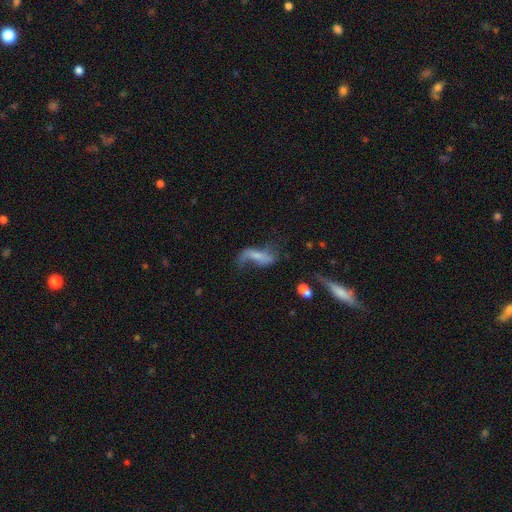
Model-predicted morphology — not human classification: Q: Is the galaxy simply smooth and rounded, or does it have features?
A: featured or disk — 58%.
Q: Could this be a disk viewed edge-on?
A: no — 86%.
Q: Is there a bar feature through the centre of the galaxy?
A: no — 48%.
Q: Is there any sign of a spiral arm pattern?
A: yes — 75%.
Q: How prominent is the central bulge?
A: small — 41%.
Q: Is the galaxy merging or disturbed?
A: major disturbance — 36%.